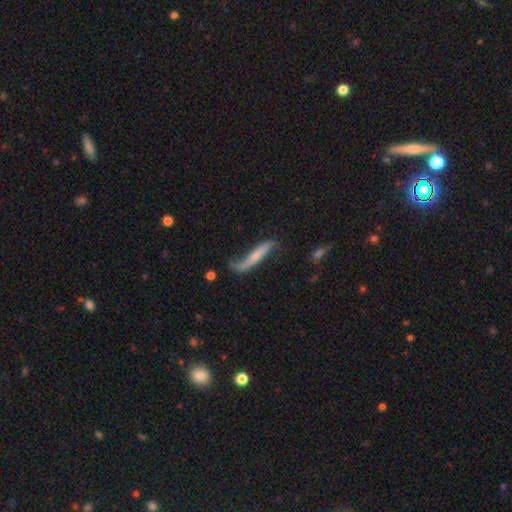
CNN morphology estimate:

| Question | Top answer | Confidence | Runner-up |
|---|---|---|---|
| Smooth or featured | featured or disk | 53% | smooth (40%) |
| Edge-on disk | yes | 57% | no (43%) |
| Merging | none | 46% | minor disturbance (31%) |